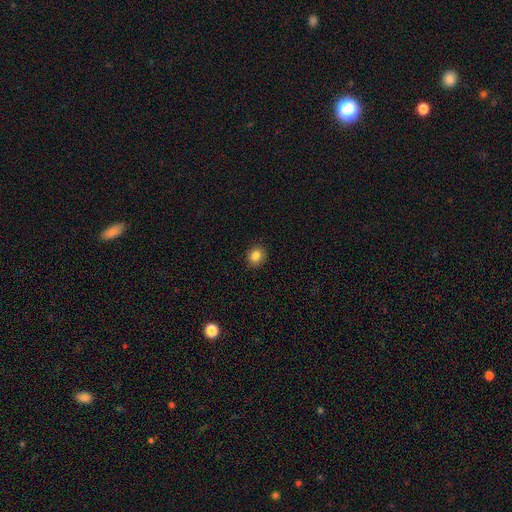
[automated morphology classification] Q: Smooth or featured?
A: smooth (85%); runner-up: star or artifact (10%)
Q: How rounded?
A: round (76%); runner-up: in between (23%)
Q: Merging?
A: none (91%); runner-up: minor disturbance (7%)